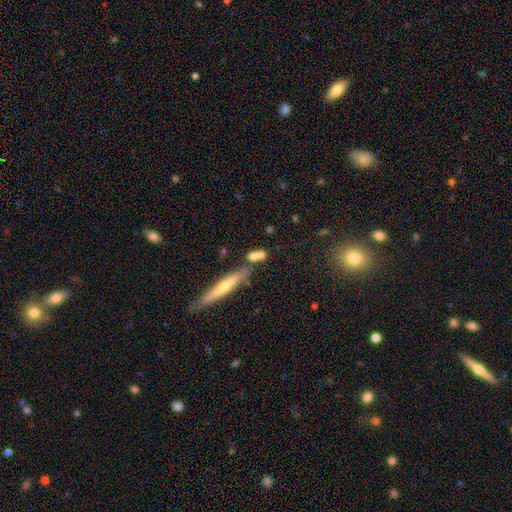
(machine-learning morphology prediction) Smooth or featured?
  - smooth: 63% *
  - featured or disk: 26%
  - star or artifact: 11%
How rounded?
  - in between: 39% *
  - cigar-shaped: 37%
  - round: 24%
Merging?
  - none: 43% *
  - merger: 40%
  - minor disturbance: 11%
  - major disturbance: 5%